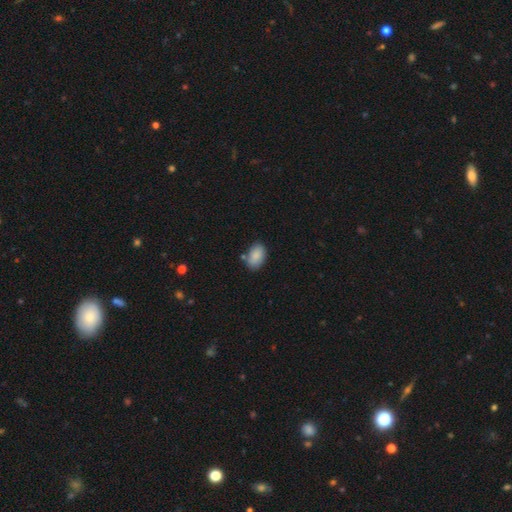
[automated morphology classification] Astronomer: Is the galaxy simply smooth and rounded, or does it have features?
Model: smooth — 87%.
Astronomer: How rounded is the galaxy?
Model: in between — 91%.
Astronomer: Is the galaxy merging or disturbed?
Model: none — 74%.